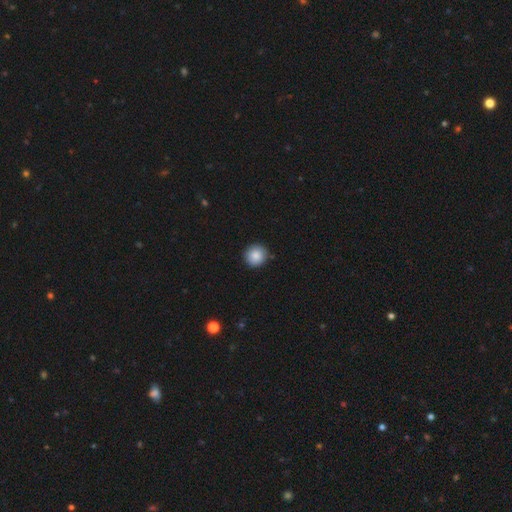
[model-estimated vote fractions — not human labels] This appears to be a smooth galaxy with no disk features (86%) that is round (94%). Merging: none (89%).